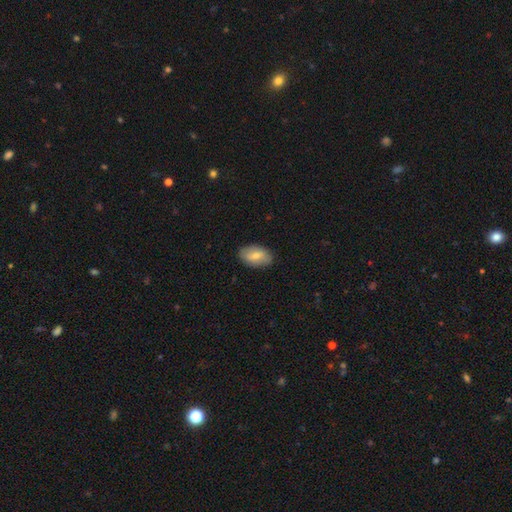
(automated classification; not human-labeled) Smooth or featured? Predicted: smooth (p=0.65). How rounded? Predicted: in between (p=0.92). Merging? Predicted: none (p=0.84).